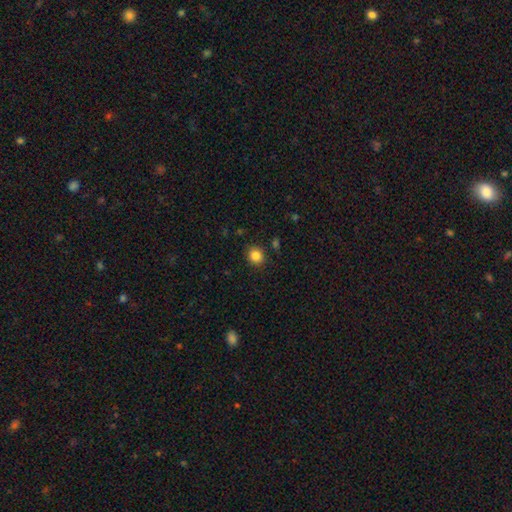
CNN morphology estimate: Smooth or featured? smooth (84%)
How rounded? round (82%)
Merging? none (88%)